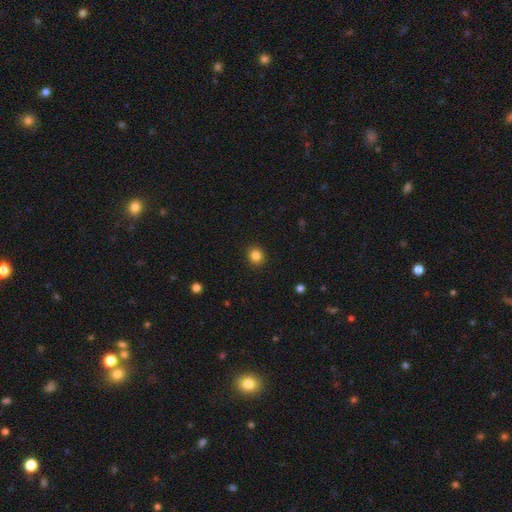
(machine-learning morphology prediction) This is clearly a smooth galaxy (84%). How rounded: clearly round (84%). Merging: clearly none (91%).